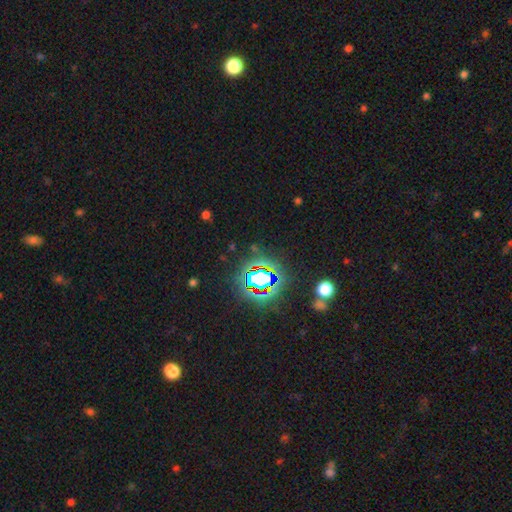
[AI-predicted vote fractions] A star or artifact, not a galaxy (81%).